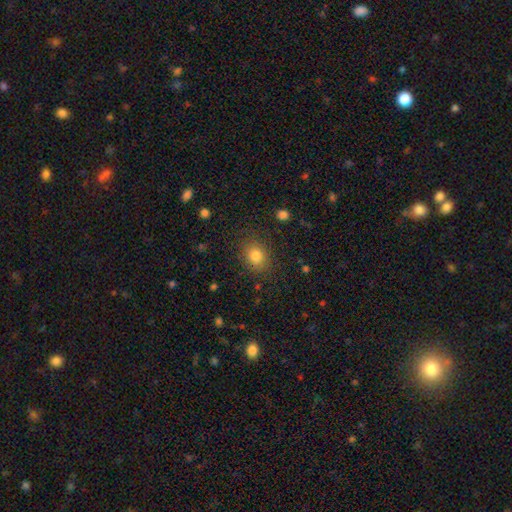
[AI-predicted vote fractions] Smooth or featured? Predicted: smooth (p=0.81). How rounded? Predicted: round (p=0.55). Merging? Predicted: none (p=0.84).